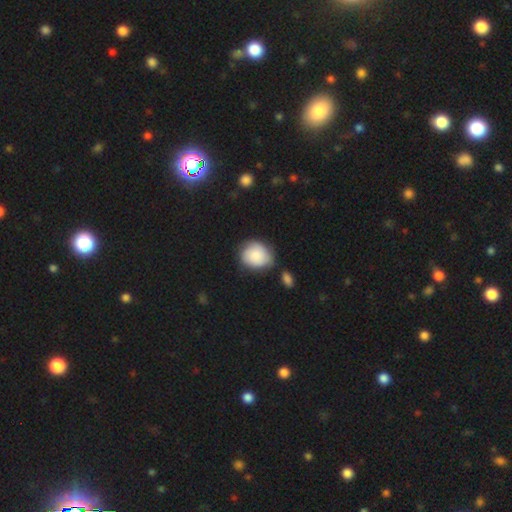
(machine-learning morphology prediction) type=smooth (83%); roundness=round (65%); merging=none (60%).